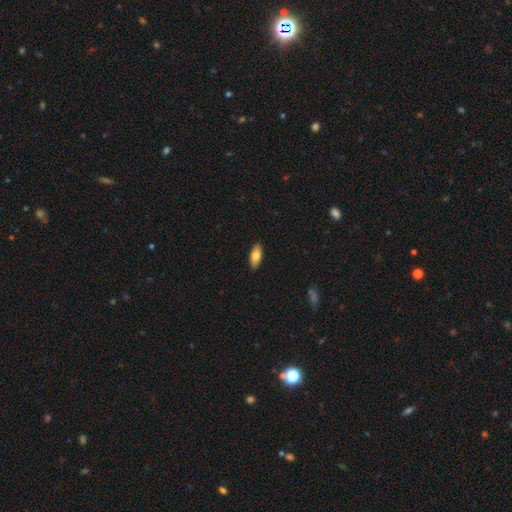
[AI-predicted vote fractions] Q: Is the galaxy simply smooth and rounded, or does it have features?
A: smooth — 78%.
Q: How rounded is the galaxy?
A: in between — 84%.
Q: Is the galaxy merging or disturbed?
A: none — 90%.